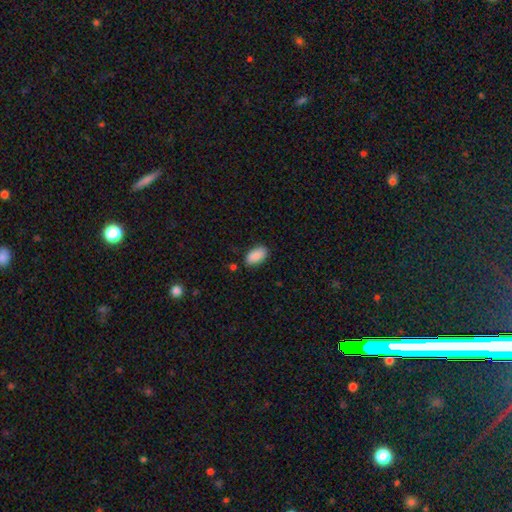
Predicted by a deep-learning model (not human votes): smooth-or-featured: smooth: 89% | star or artifact: 7% | featured or disk: 4%
  how-rounded: in between: 94% | round: 3% | cigar-shaped: 3%
  merging: none: 84% | minor disturbance: 12% | major disturbance: 2% | merger: 2%